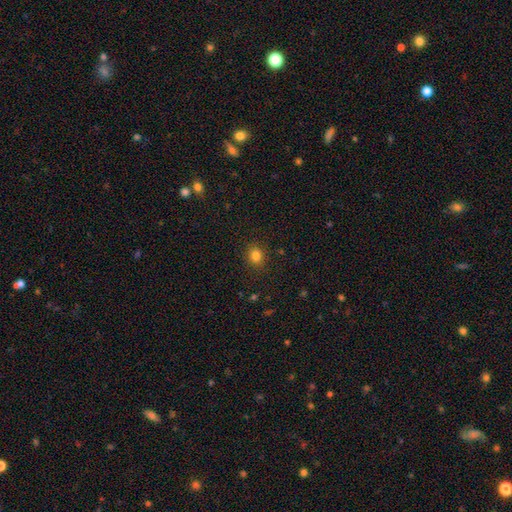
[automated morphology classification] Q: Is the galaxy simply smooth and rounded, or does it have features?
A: smooth — 82%.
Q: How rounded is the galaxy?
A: round — 68%.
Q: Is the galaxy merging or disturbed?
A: none — 89%.